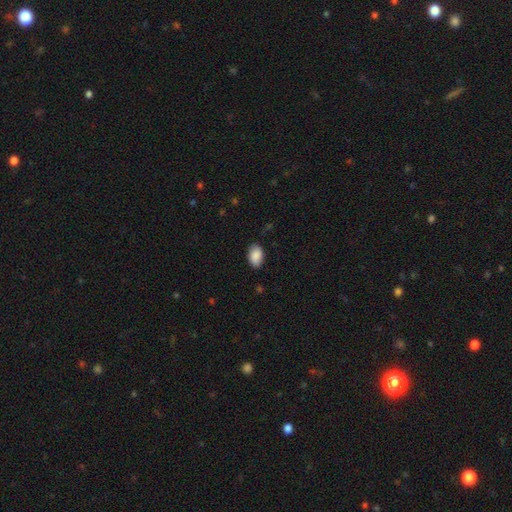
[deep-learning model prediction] Smooth or featured? Predicted: smooth (p=0.90). How rounded? Predicted: in between (p=0.90). Merging? Predicted: none (p=0.83).